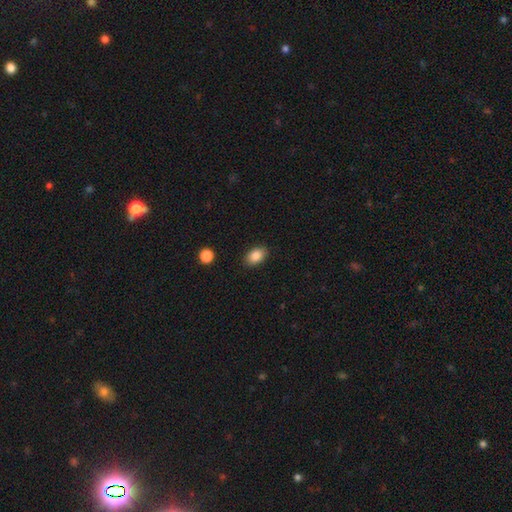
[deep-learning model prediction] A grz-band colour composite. It shows a smooth galaxy with no disk features (86%) that is in between round and cigar-shaped (88%). Merging: none (88%).